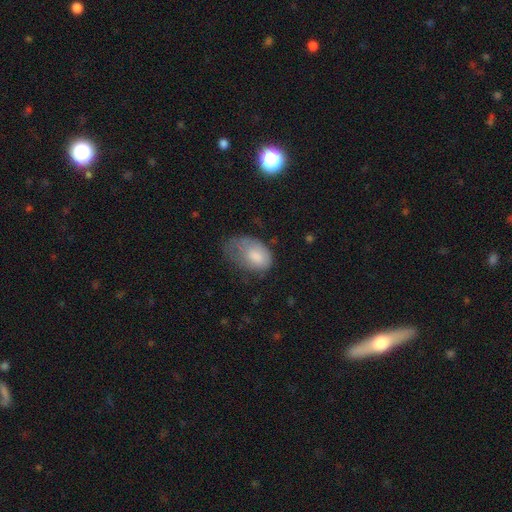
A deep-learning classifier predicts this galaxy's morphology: Smooth or featured?
  - smooth: 74% *
  - featured or disk: 19%
  - star or artifact: 7%
How rounded?
  - in between: 86% *
  - round: 13%
  - cigar-shaped: 1%
Merging?
  - major disturbance: 42% *
  - minor disturbance: 35%
  - none: 21%
  - merger: 2%